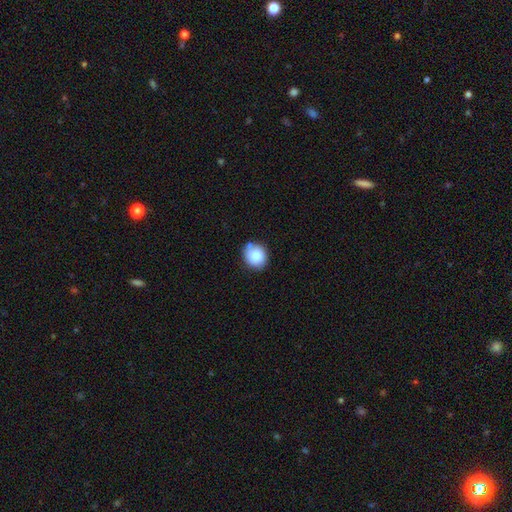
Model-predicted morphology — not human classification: This appears to be a smooth galaxy with no disk features (84%) that is round (79%). Merging: none (70%).